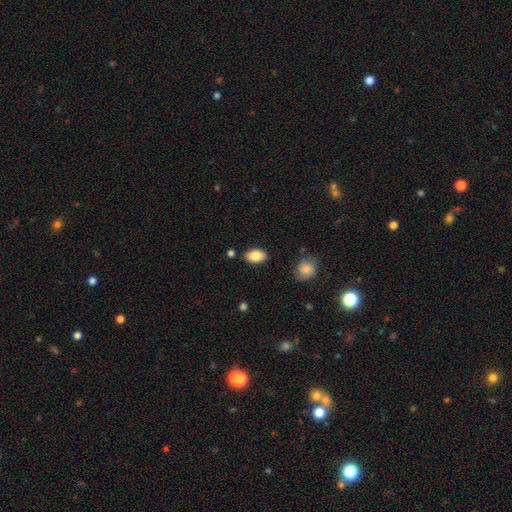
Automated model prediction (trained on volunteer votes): Overall: smooth (85%). How rounded: in between (90%). Merging: none (85%).